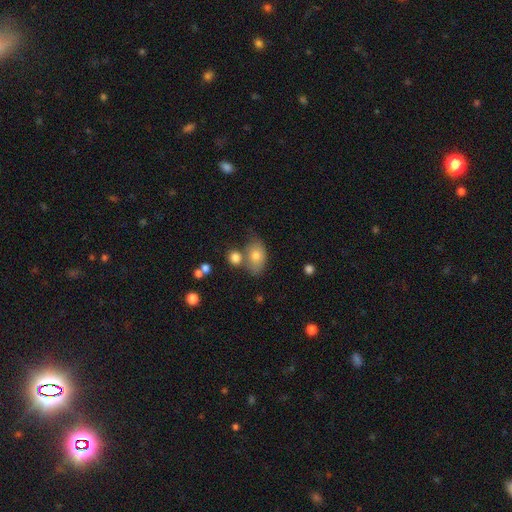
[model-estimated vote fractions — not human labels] A smooth galaxy with no disk features (75%) that is in between round and cigar-shaped (82%).

Vote fractions:
- Smooth or featured? smooth: 75% / featured or disk: 16% / star or artifact: 9%
- How rounded? in between: 82% / round: 16% / cigar-shaped: 2%
- Merging? none: 51% / merger: 25% / minor disturbance: 18% / major disturbance: 6%